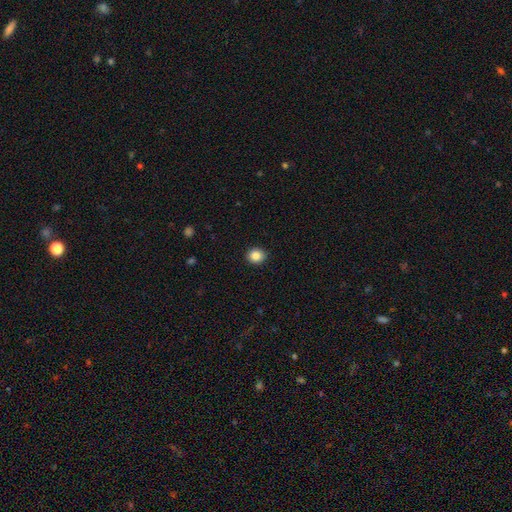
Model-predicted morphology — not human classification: Q: Smooth or featured?
A: smooth (86%); runner-up: star or artifact (10%)
Q: How rounded?
A: round (77%); runner-up: in between (22%)
Q: Merging?
A: none (91%); runner-up: minor disturbance (6%)